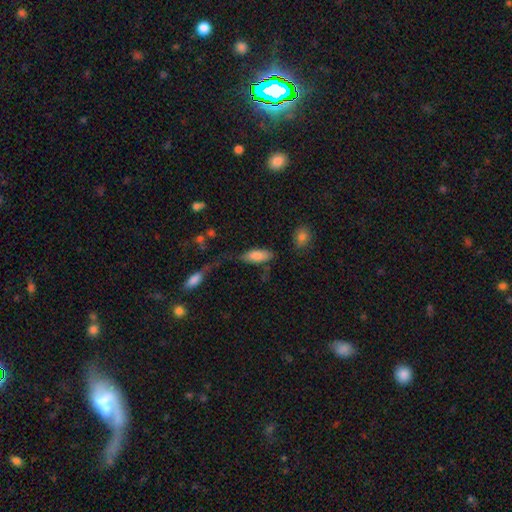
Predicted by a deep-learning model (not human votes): Smooth or featured?
  - smooth: 82% *
  - featured or disk: 11%
  - star or artifact: 7%
How rounded?
  - in between: 80% *
  - cigar-shaped: 18%
  - round: 2%
Merging?
  - none: 53% *
  - minor disturbance: 25%
  - major disturbance: 14%
  - merger: 9%